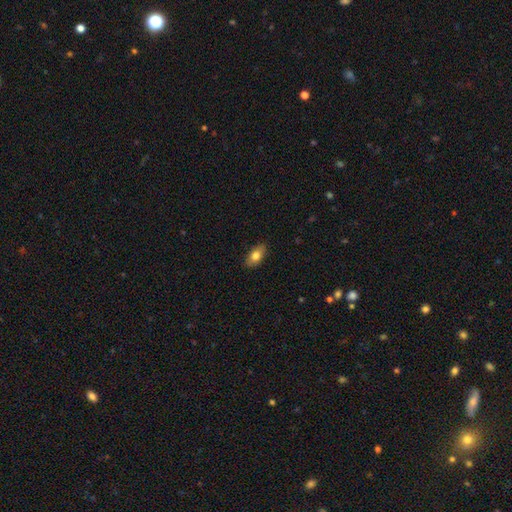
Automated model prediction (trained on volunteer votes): Morphology: type=smooth (78%); roundness=in between (89%); merging=none (86%).